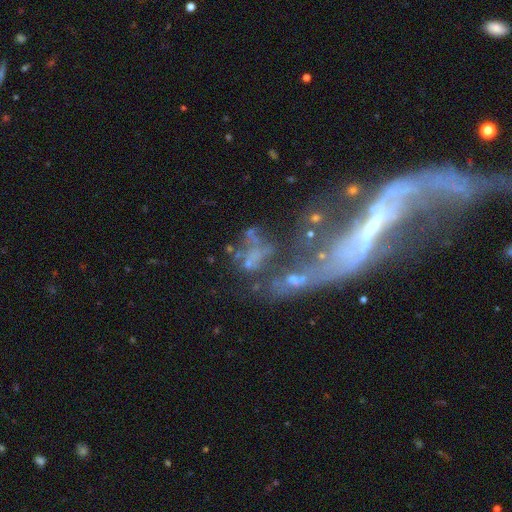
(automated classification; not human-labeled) Smooth or featured?
  - featured or disk: 58% *
  - star or artifact: 22%
  - smooth: 21%
Edge-on disk?
  - no: 86% *
  - yes: 14%
Merging?
  - merger: 38% *
  - major disturbance: 34%
  - none: 17%
  - minor disturbance: 10%